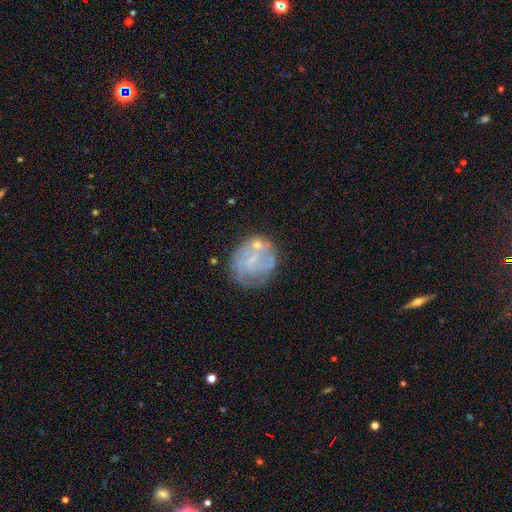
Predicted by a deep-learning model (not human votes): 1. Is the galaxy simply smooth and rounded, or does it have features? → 60% featured or disk, 30% smooth, 10% star or artifact.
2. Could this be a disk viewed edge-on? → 98% no, 2% yes.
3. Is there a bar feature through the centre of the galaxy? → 64% no, 30% weak, 6% strong.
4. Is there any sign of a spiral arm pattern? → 58% yes, 42% no.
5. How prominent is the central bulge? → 59% small, 27% none, 12% moderate, 1% large, 1% dominant.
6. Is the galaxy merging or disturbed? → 58% none, 21% minor disturbance, 12% major disturbance, 8% merger.